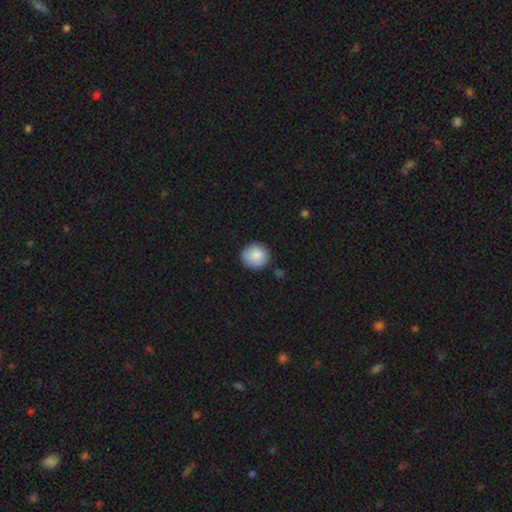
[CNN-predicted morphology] Q: Smooth or featured?
A: smooth (88%); runner-up: star or artifact (7%)
Q: How rounded?
A: round (90%); runner-up: in between (9%)
Q: Merging?
A: none (88%); runner-up: minor disturbance (9%)